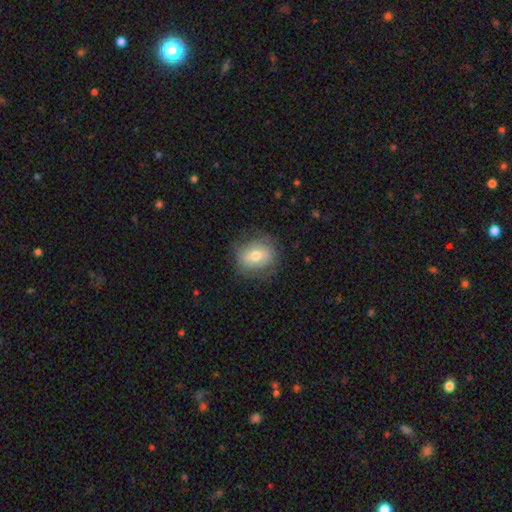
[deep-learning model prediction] Smooth or featured?
  - smooth: 58% *
  - featured or disk: 34%
  - star or artifact: 8%
How rounded?
  - round: 60% *
  - in between: 39%
  - cigar-shaped: 1%
Merging?
  - none: 74% *
  - minor disturbance: 18%
  - major disturbance: 7%
  - merger: 1%